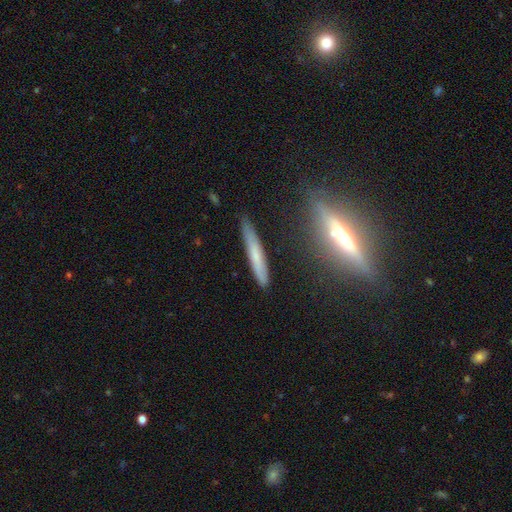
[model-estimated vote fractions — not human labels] Smooth or featured?
  - smooth: 55% *
  - featured or disk: 37%
  - star or artifact: 8%
How rounded?
  - cigar-shaped: 94% *
  - in between: 5%
  - round: 2%
Merging?
  - none: 83% *
  - minor disturbance: 13%
  - major disturbance: 2%
  - merger: 2%